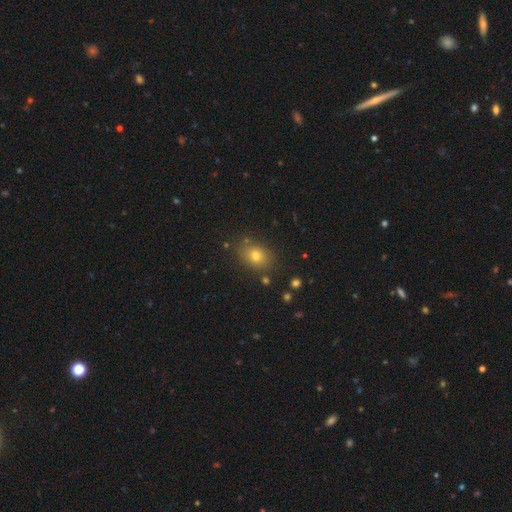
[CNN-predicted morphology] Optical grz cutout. It shows a smooth galaxy with no disk features (75%) that is in between round and cigar-shaped (57%). Merging: none (82%).